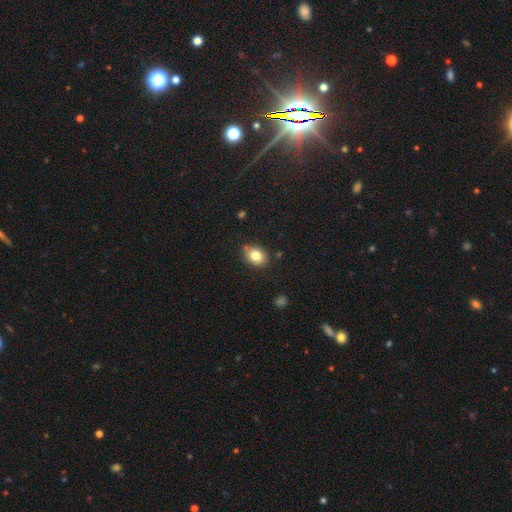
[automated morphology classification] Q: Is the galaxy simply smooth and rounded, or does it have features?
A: smooth — 82%.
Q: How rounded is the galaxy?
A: in between — 65%.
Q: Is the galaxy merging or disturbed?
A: none — 80%.